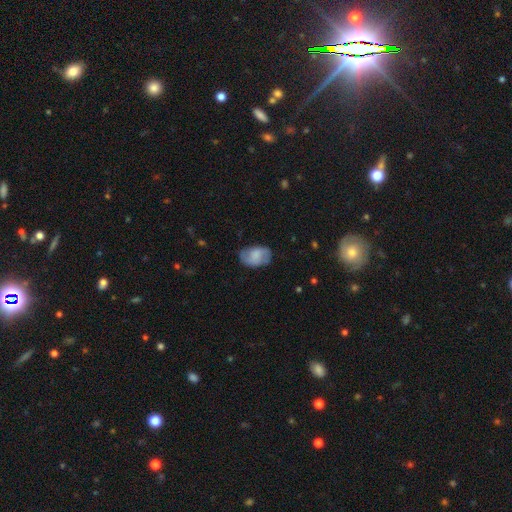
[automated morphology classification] Smooth or featured? Predicted: smooth (p=0.57). How rounded? Predicted: in between (p=0.87). Merging? Predicted: none (p=0.71).